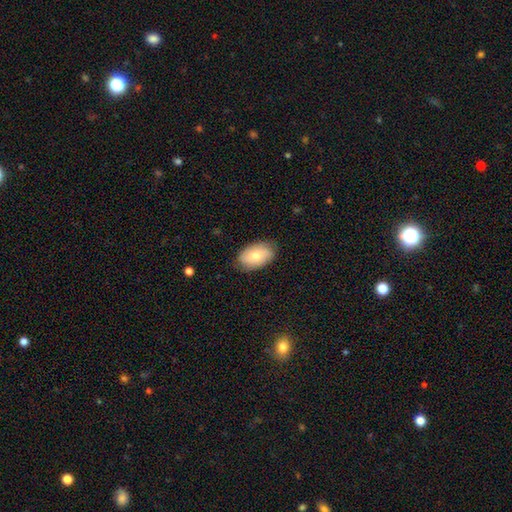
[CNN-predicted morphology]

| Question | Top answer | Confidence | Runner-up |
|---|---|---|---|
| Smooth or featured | smooth | 69% | featured or disk (25%) |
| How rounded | in between | 92% | round (7%) |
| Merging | none | 80% | minor disturbance (16%) |